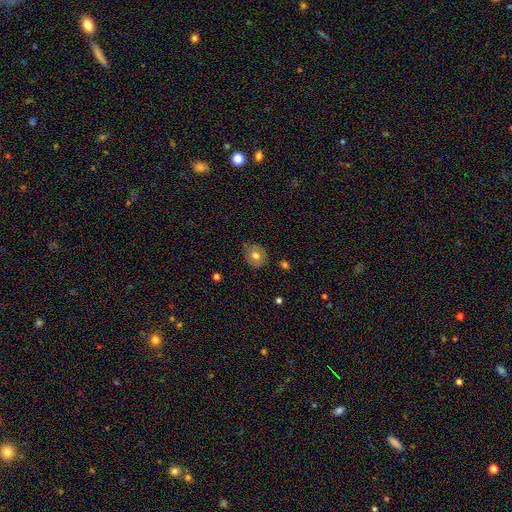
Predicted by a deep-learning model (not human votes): Smooth or featured? Predicted: smooth (p=0.73). How rounded? Predicted: round (p=0.76). Merging? Predicted: none (p=0.82).